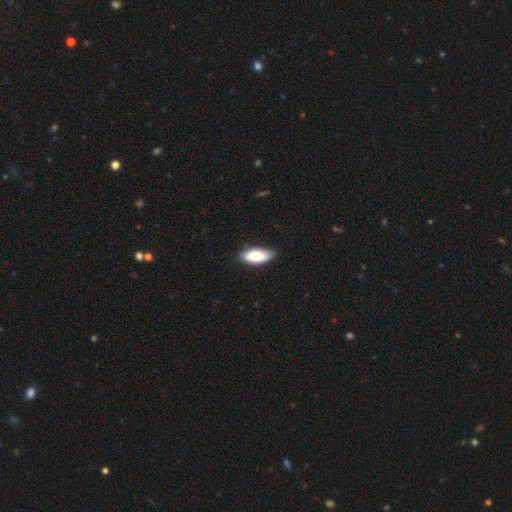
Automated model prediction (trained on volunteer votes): Overall: smooth (80%). How rounded: in between (84%). Merging: none (77%).